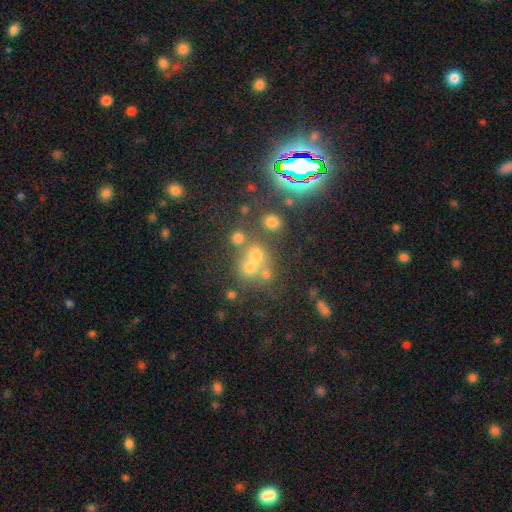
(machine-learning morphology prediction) Q: Smooth or featured?
A: smooth (43%); runner-up: star or artifact (39%)
Q: Merging?
A: none (48%); runner-up: merger (39%)